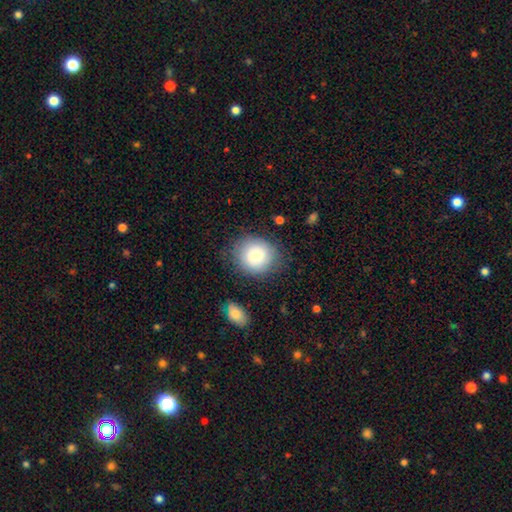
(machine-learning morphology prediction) The model was most divided on "how rounded": round: 79%, in between: 20%, cigar-shaped: 1%. More confident: smooth or featured — smooth (79%); merging — none (77%).